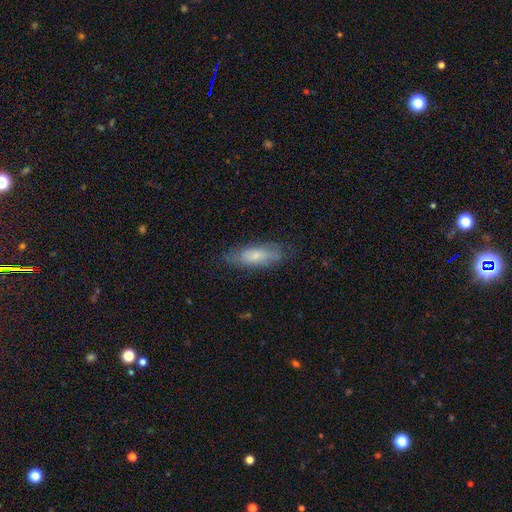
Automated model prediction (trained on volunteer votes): smooth_or_featured: smooth (p=0.65) [alt: featured or disk p=0.28]
how_rounded: in between (p=0.63) [alt: cigar-shaped p=0.35]
merging: none (p=0.74) [alt: minor disturbance p=0.20]